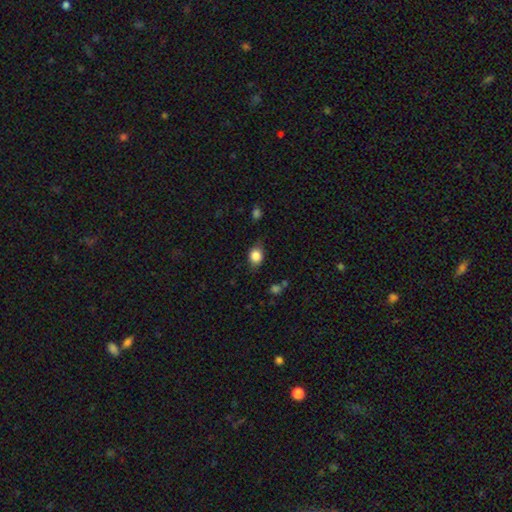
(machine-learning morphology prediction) Smooth or featured?
  - smooth: 83% *
  - star or artifact: 9%
  - featured or disk: 8%
How rounded?
  - in between: 50% *
  - round: 49%
  - cigar-shaped: 1%
Merging?
  - none: 69% *
  - minor disturbance: 23%
  - major disturbance: 6%
  - merger: 2%